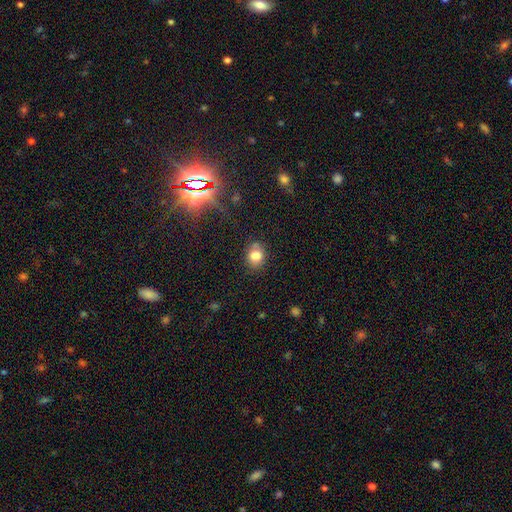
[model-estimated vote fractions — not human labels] smooth-or-featured: smooth: 79% | star or artifact: 12% | featured or disk: 9%
  how-rounded: round: 58% | in between: 41% | cigar-shaped: 1%
  merging: none: 78% | minor disturbance: 16% | major disturbance: 4% | merger: 3%